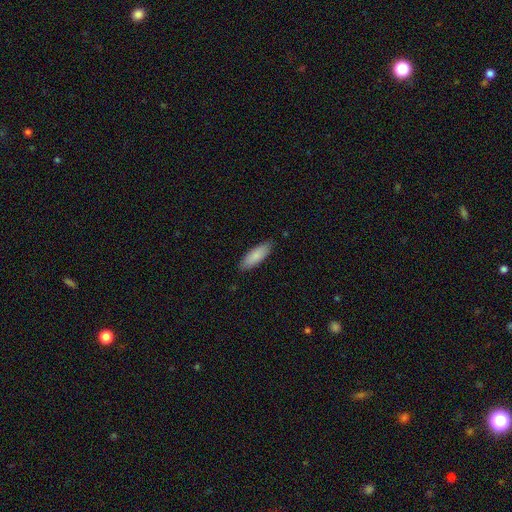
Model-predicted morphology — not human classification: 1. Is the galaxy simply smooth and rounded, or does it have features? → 86% smooth, 8% featured or disk, 5% star or artifact.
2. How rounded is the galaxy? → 59% in between, 39% cigar-shaped, 1% round.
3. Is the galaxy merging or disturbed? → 86% none, 11% minor disturbance, 2% major disturbance, 1% merger.